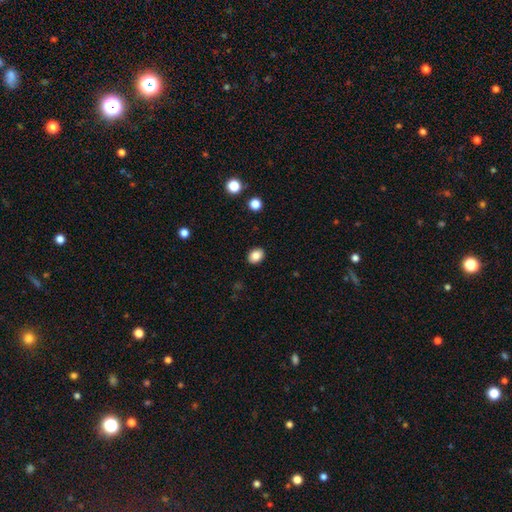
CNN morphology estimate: This is clearly a smooth galaxy (86%). How rounded: likely in between (62%). Merging: clearly none (90%).